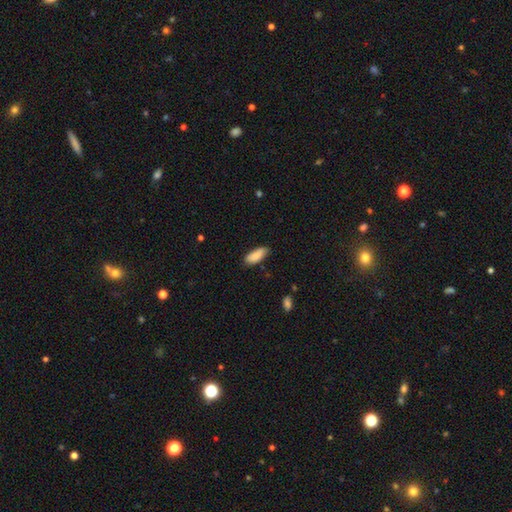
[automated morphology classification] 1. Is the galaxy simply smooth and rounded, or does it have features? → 89% smooth, 6% star or artifact, 5% featured or disk.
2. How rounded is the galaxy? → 76% in between, 22% cigar-shaped, 2% round.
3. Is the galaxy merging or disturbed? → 80% none, 16% minor disturbance, 3% major disturbance, 1% merger.